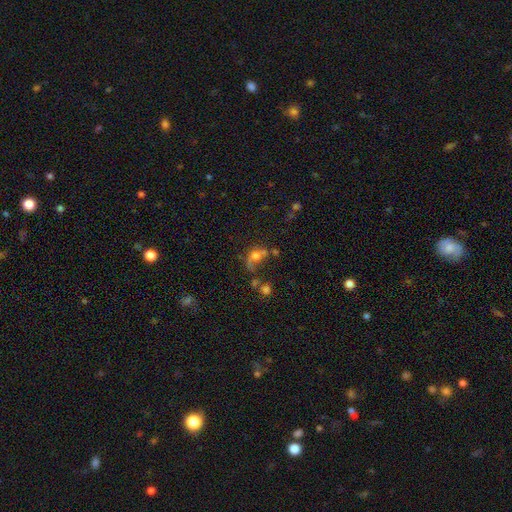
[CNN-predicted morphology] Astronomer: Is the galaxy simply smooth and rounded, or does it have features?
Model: smooth — 60%.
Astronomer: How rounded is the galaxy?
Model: round — 59% (runner-up: in between, 39%).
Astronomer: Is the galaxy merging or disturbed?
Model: merger — 37% (runner-up: none, 27%).